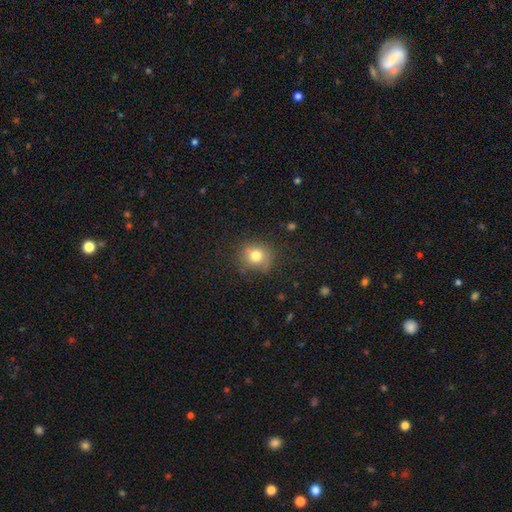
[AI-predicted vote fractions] The model was most divided on "merging": none: 79%, minor disturbance: 15%, major disturbance: 5%, merger: 2%. More confident: how rounded — round (85%); smooth or featured — smooth (78%).